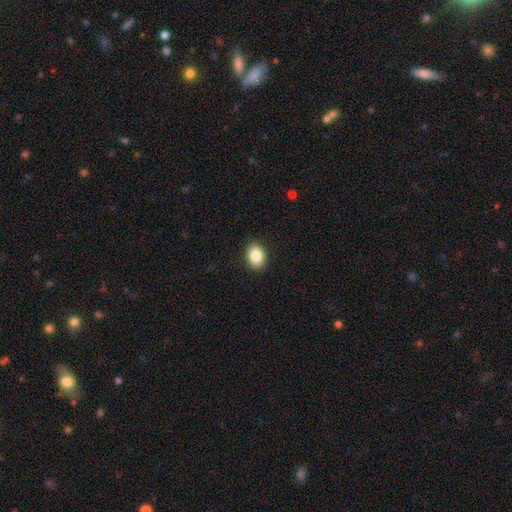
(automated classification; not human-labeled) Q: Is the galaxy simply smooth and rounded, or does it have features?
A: smooth — 85%.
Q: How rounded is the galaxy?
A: in between — 72%.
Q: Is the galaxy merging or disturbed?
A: none — 90%.